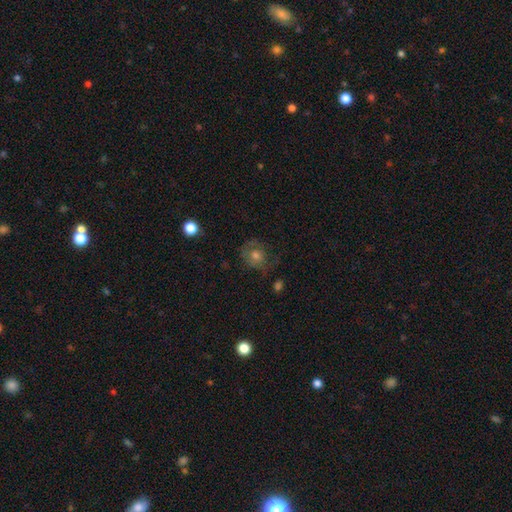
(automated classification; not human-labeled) smooth-or-featured: featured or disk: 43% | smooth: 41% | star or artifact: 16%
  merging: none: 64% | minor disturbance: 20% | major disturbance: 14% | merger: 2%